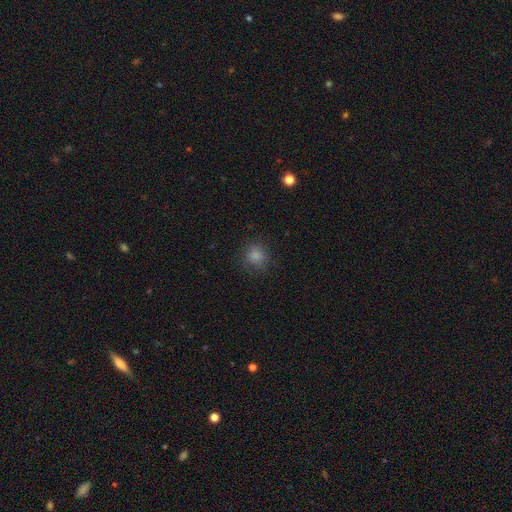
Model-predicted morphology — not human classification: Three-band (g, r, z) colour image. It shows a smooth galaxy with no disk features (82%) that is round (87%). Merging: none (83%).